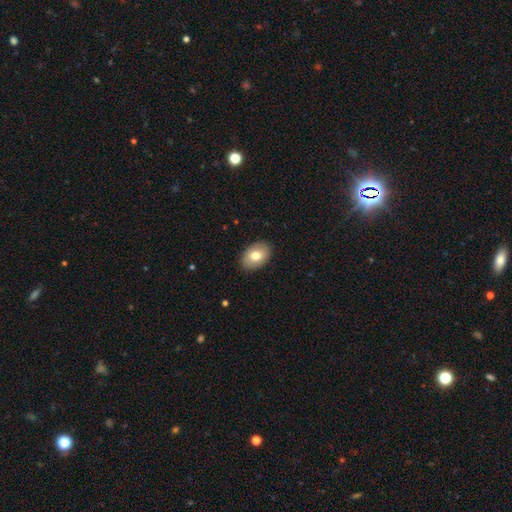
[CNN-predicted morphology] This appears to be a smooth galaxy with no disk features (75%) that is in between round and cigar-shaped (85%). Merging: none (89%).